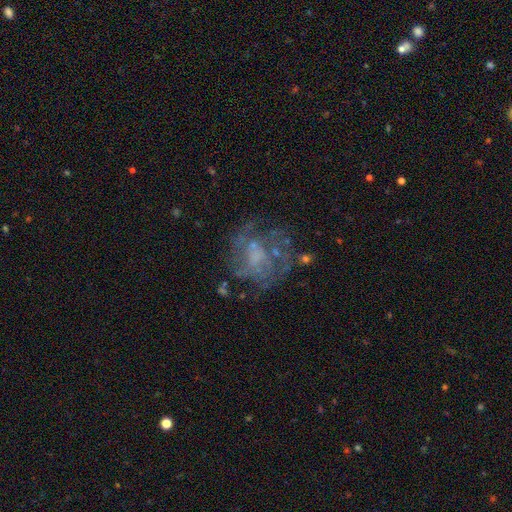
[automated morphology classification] Smooth or featured?
  - featured or disk: 68% *
  - smooth: 19%
  - star or artifact: 13%
Edge-on disk?
  - no: 98% *
  - yes: 2%
Bar?
  - no: 74% *
  - weak: 22%
  - strong: 4%
Spiral arms?
  - yes: 52% *
  - no: 48%
Bulge size?
  - none: 42% *
  - moderate: 26%
  - small: 25%
  - large: 6%
  - dominant: 1%
Merging?
  - none: 56% *
  - major disturbance: 22%
  - minor disturbance: 18%
  - merger: 4%